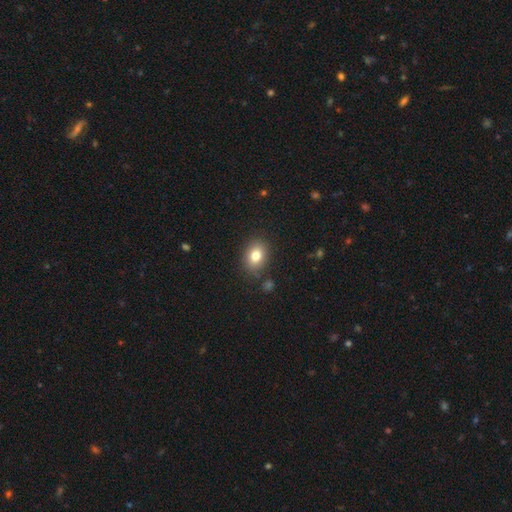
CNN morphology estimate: Overall: smooth (80%). How rounded: in between (65%; round 34%). Merging: none (84%).